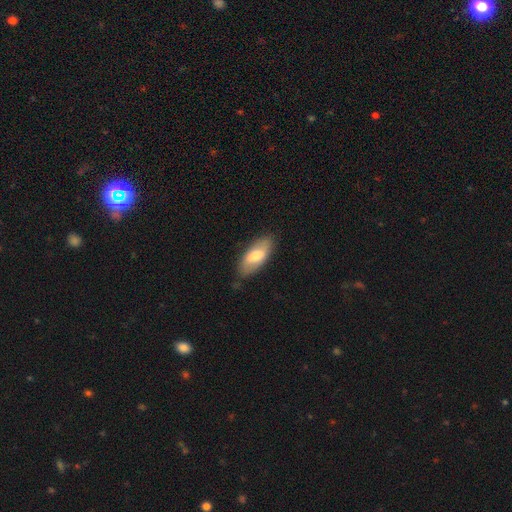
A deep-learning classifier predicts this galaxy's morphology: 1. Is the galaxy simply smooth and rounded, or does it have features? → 68% smooth, 26% featured or disk, 6% star or artifact.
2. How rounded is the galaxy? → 88% in between, 10% cigar-shaped, 2% round.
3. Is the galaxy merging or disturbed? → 79% none, 16% minor disturbance, 4% major disturbance, 1% merger.